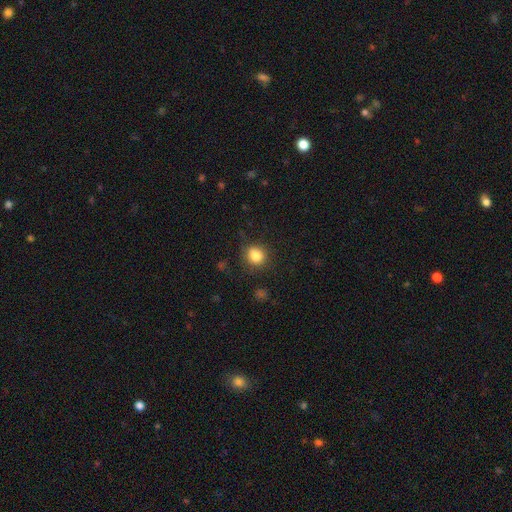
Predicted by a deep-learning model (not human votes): Smooth or featured: smooth — 83% (star or artifact — 11%)
How rounded: round — 82% (in between — 17%)
Merging: none — 82% (minor disturbance — 13%)